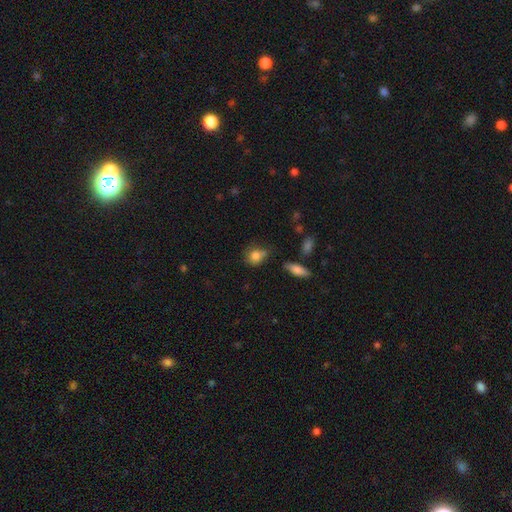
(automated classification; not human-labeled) The model was most divided on "merging": none: 57%, minor disturbance: 22%, merger: 15%, major disturbance: 6%. More confident: smooth or featured — smooth (81%); how rounded — round (68%).